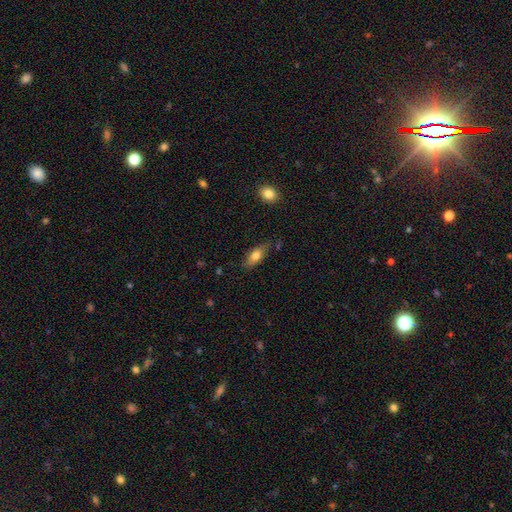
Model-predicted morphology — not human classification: Smooth or featured? Predicted: smooth (p=0.73). How rounded? Predicted: in between (p=0.75). Merging? Predicted: none (p=0.73).